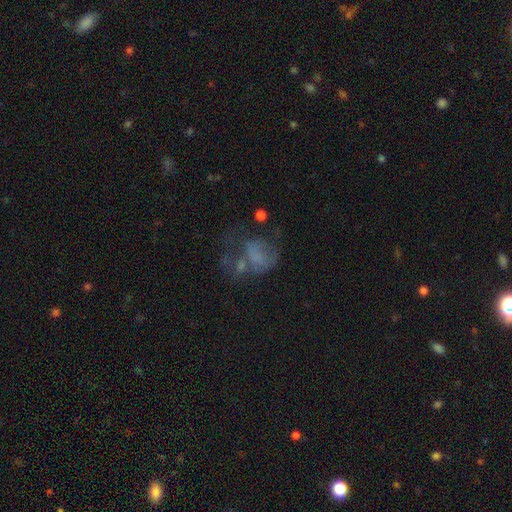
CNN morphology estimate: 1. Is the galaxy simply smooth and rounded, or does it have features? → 42% featured or disk, 40% smooth, 17% star or artifact.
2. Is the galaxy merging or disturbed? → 41% major disturbance, 24% none, 20% merger, 16% minor disturbance.